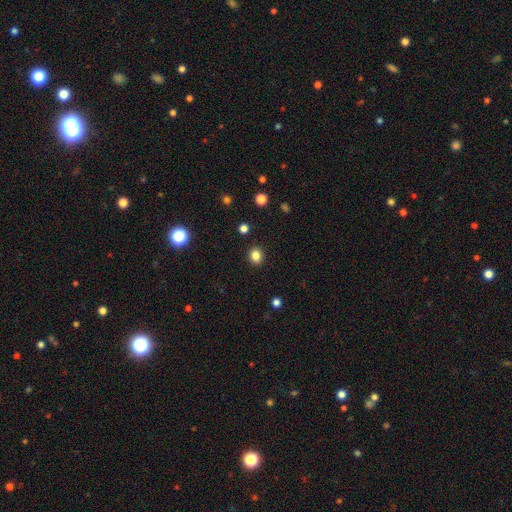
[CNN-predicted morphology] Smooth or featured: smooth — 83% (star or artifact — 12%)
How rounded: round — 66% (in between — 33%)
Merging: none — 91% (minor disturbance — 6%)